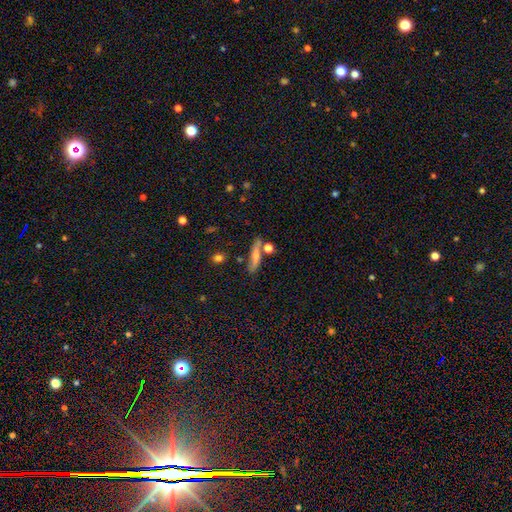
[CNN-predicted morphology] Smooth or featured? smooth (57%)
How rounded? cigar-shaped (74%)
Merging? none (66%)